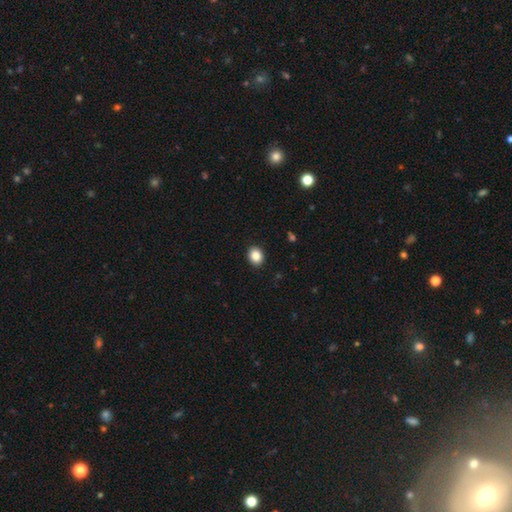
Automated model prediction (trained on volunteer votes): Q: Smooth or featured?
A: smooth (87%); runner-up: star or artifact (9%)
Q: How rounded?
A: round (56%); runner-up: in between (44%)
Q: Merging?
A: none (91%); runner-up: minor disturbance (6%)